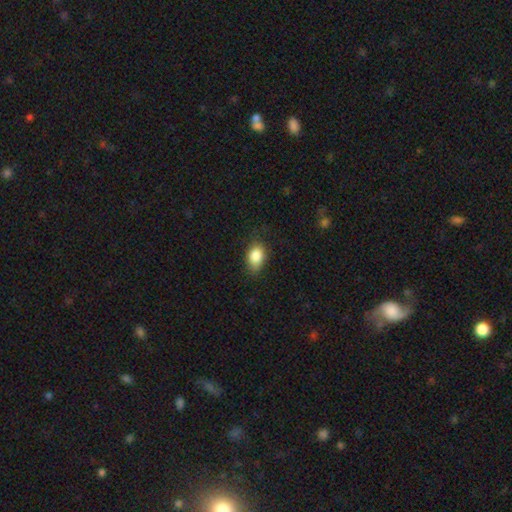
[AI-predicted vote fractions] A smooth galaxy with no disk features (86%) that is in between round and cigar-shaped (85%). Merging: none (73%).